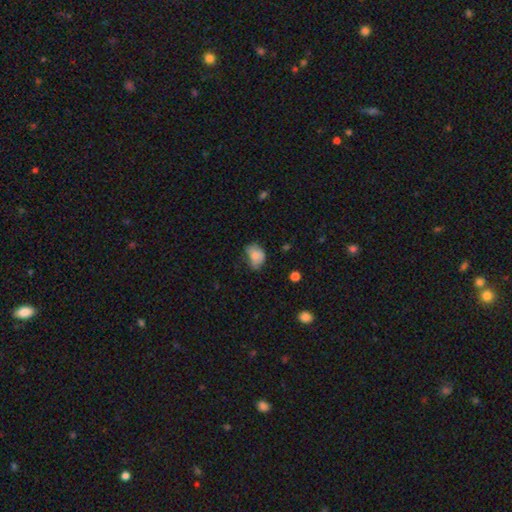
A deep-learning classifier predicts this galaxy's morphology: smooth 72%, featured or disk 19%, star or artifact 9%. Down the decision tree: how rounded — in between (65%); merging — none (42%).